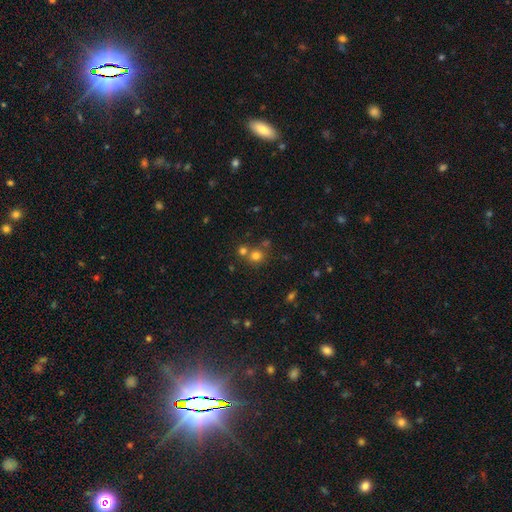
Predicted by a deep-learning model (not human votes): A smooth galaxy with no disk features (72%) that is round (87%). Merging: none (59%).